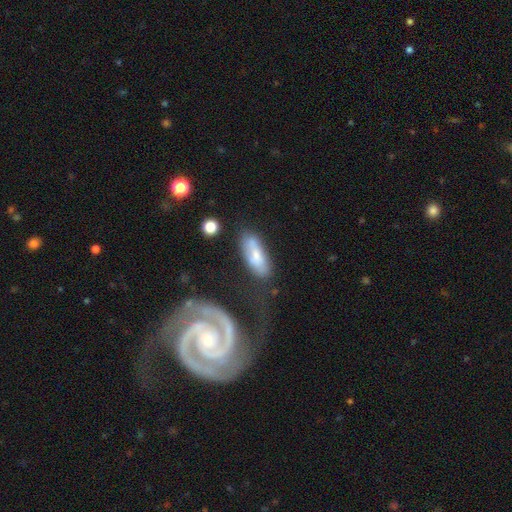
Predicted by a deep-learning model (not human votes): Smooth or featured: smooth — 58% (featured or disk — 35%)
How rounded: in between — 67% (cigar-shaped — 30%)
Merging: none — 60% (minor disturbance — 20%)